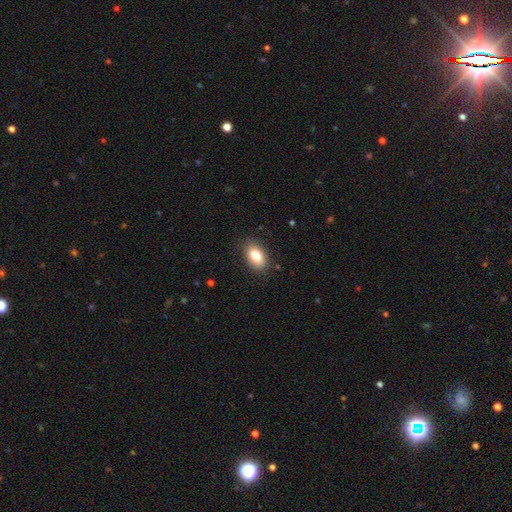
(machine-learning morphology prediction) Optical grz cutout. It shows a smooth galaxy with no disk features (83%) that is in between round and cigar-shaped (91%). Merging: none (82%).